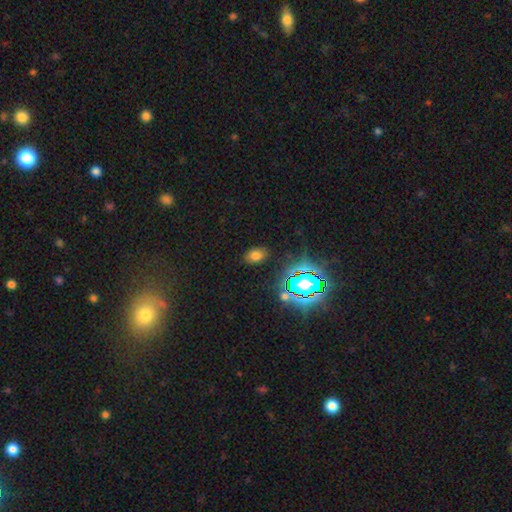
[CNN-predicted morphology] A smooth galaxy with no disk features (66%) that is in between round and cigar-shaped (83%). Merging: none (84%).